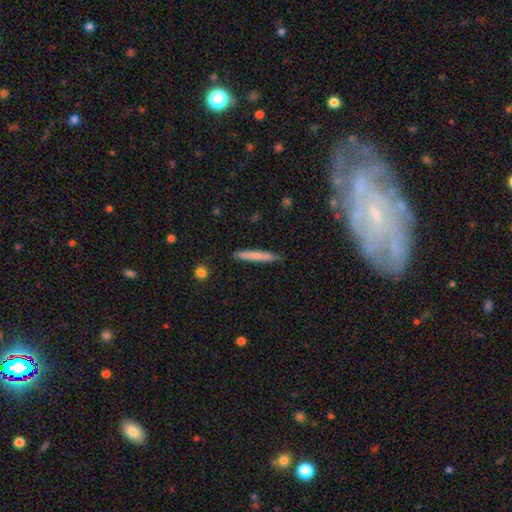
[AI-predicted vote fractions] smooth 72%, featured or disk 22%, star or artifact 6%. Down the decision tree: how rounded — cigar-shaped (95%); merging — none (88%).